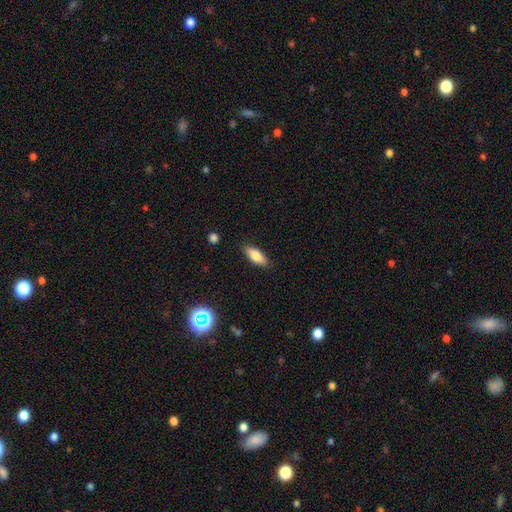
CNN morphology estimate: smooth_or_featured: smooth (p=0.79) [alt: featured or disk p=0.14]
how_rounded: in between (p=0.74) [alt: cigar-shaped p=0.24]
merging: none (p=0.87) [alt: minor disturbance p=0.10]